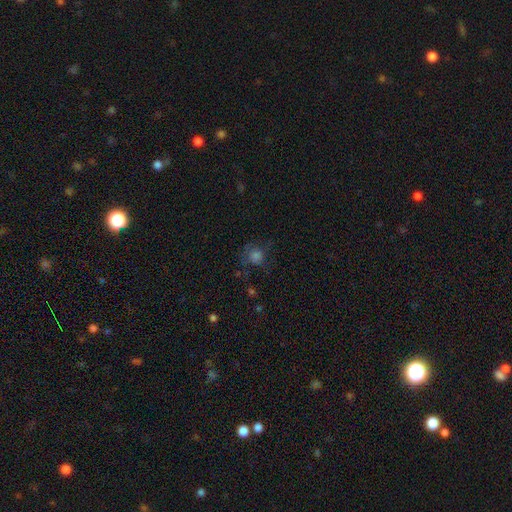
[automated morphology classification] This appears to be a smooth galaxy with no disk features (60%) that is round (83%). Merging: none (62%).